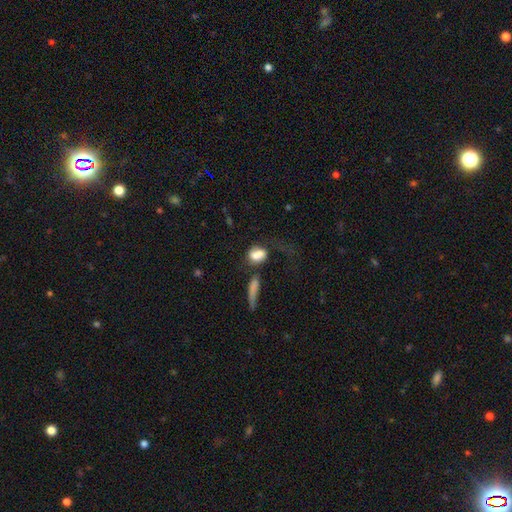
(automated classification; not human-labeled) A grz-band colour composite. It shows a smooth galaxy with no disk features (73%) that is in between round and cigar-shaped (62%). Merging: merger (34%).